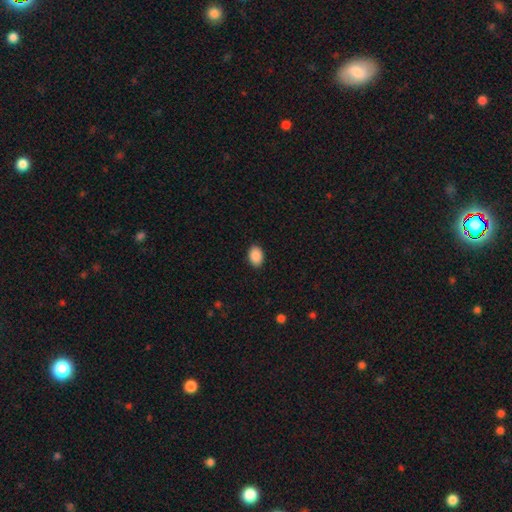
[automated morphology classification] Smooth or featured? smooth (90%)
How rounded? in between (84%)
Merging? none (89%)